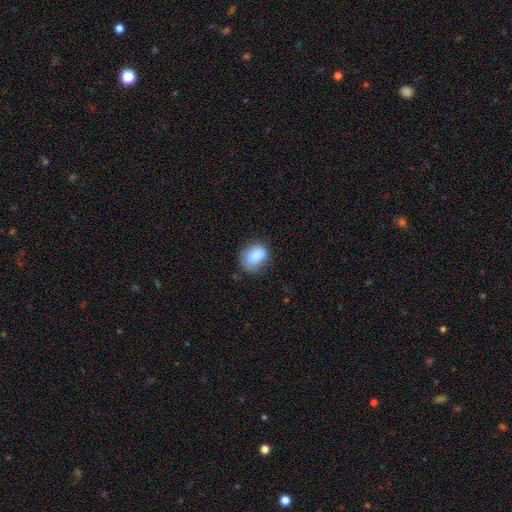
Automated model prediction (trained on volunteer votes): The model was most divided on "how rounded": in between: 59%, round: 40%, cigar-shaped: 2%. More confident: smooth or featured — smooth (81%); merging — none (62%).